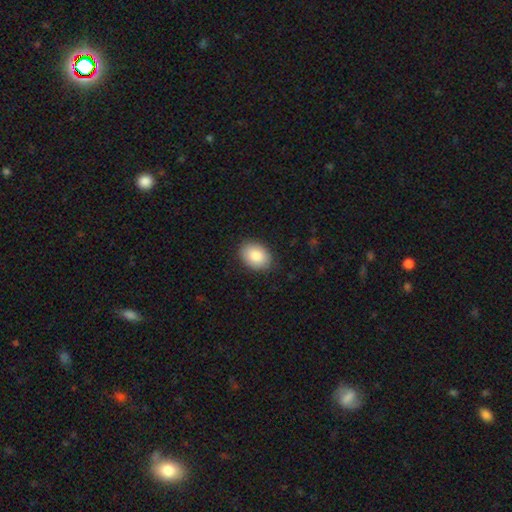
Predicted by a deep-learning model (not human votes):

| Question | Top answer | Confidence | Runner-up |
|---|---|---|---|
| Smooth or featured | smooth | 86% | featured or disk (7%) |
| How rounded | in between | 77% | round (22%) |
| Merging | none | 87% | minor disturbance (10%) |